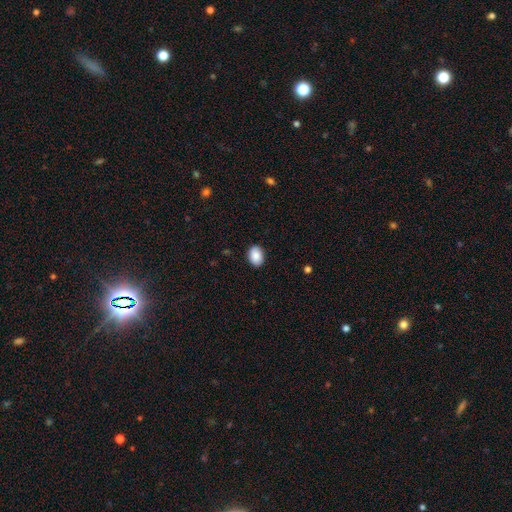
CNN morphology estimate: Smooth or featured? smooth (89%)
How rounded? in between (78%)
Merging? none (89%)